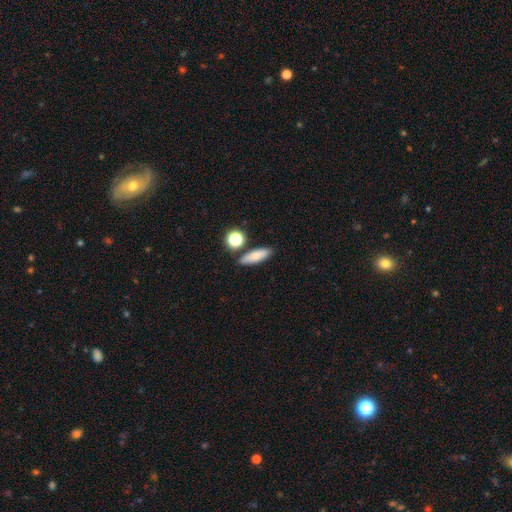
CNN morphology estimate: Smooth or featured: smooth — 76% (featured or disk — 15%)
How rounded: in between — 55% (cigar-shaped — 39%)
Merging: none — 78% (minor disturbance — 11%)